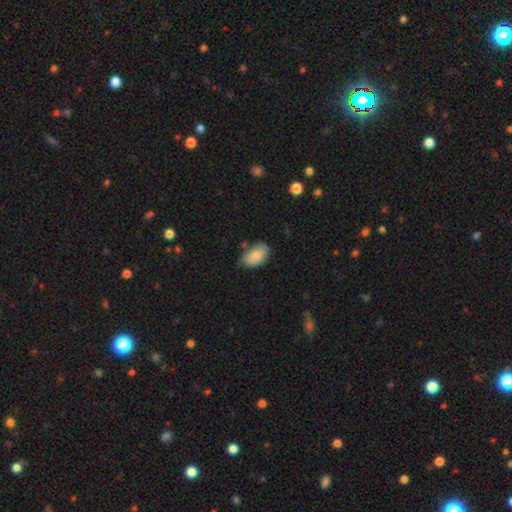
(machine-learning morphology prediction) This is clearly a smooth galaxy (84%). How rounded: clearly in between (93%). Merging: possibly none (58%).